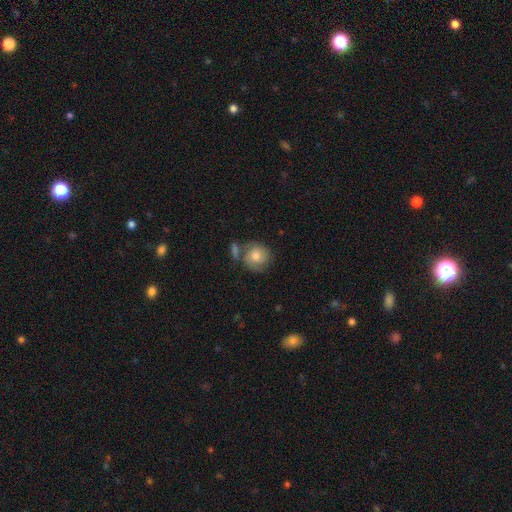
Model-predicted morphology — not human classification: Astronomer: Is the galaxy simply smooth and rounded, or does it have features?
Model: smooth — 59%.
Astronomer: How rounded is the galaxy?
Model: round — 87%.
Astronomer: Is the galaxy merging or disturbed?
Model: none — 59%.